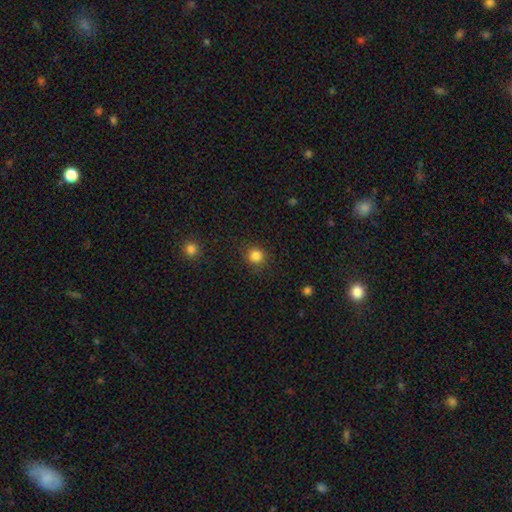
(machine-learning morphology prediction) smooth-or-featured: smooth: 84% | star or artifact: 12% | featured or disk: 4%
  how-rounded: round: 90% | in between: 9% | cigar-shaped: 1%
  merging: none: 85% | minor disturbance: 10% | major disturbance: 4% | merger: 2%